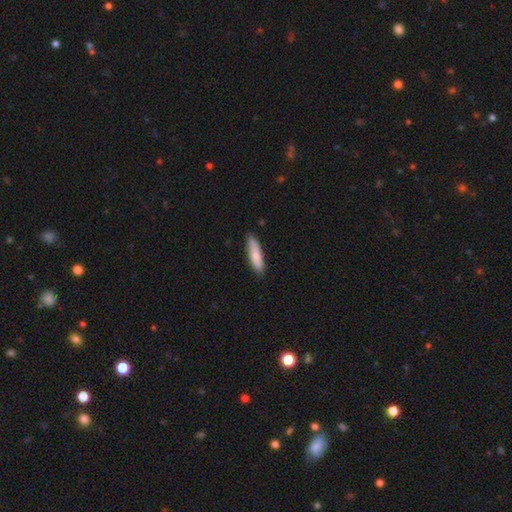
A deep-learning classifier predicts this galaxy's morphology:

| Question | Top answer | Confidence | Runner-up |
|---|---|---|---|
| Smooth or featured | smooth | 82% | featured or disk (12%) |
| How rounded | cigar-shaped | 70% | in between (29%) |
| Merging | none | 84% | minor disturbance (13%) |